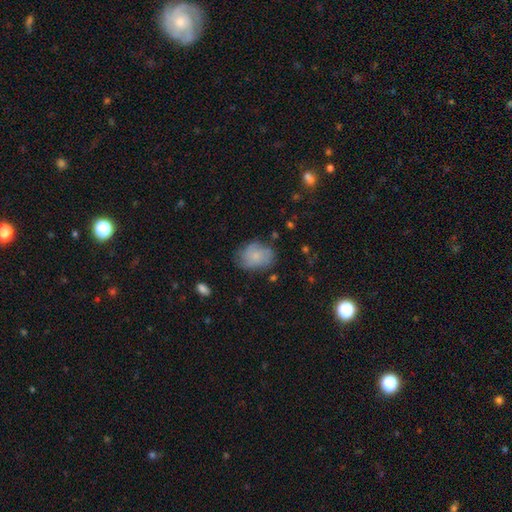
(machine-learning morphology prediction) This appears to be a smooth galaxy with no disk features (57%) that is in between round and cigar-shaped (66%). Merging: none (64%).